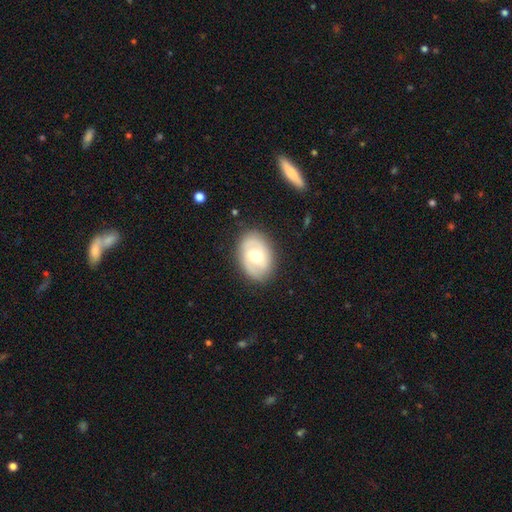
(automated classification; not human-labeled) smooth_or_featured: featured or disk (p=0.60) [alt: smooth p=0.34]
disk_edge_on: no (p=0.96) [alt: yes p=0.04]
bar: weak (p=0.47) [alt: no p=0.37]
has_spiral_arms: yes (p=0.69) [alt: no p=0.31]
bulge_size: moderate (p=0.64) [alt: small p=0.17]
merging: none (p=0.81) [alt: minor disturbance p=0.13]